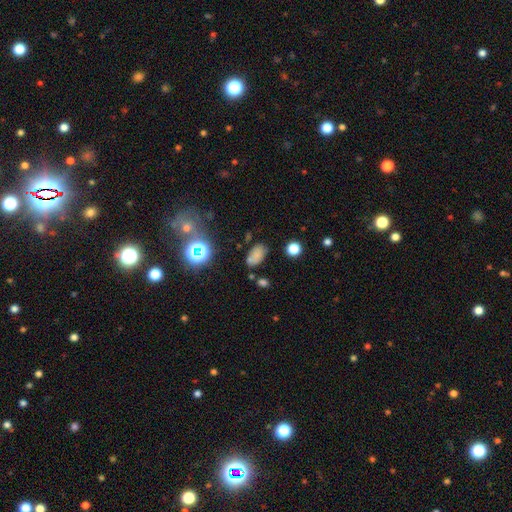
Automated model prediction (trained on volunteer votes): Smooth or featured: smooth — 71% (star or artifact — 18%)
How rounded: in between — 90% (round — 8%)
Merging: none — 67% (minor disturbance — 20%)